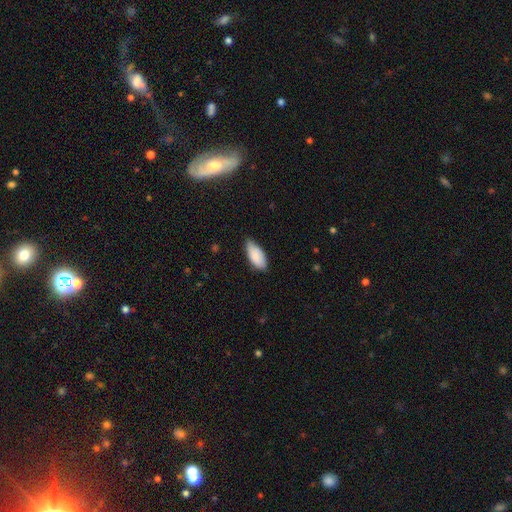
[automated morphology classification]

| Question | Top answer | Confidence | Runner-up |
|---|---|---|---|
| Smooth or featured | smooth | 87% | featured or disk (7%) |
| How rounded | in between | 91% | cigar-shaped (8%) |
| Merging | none | 70% | minor disturbance (26%) |